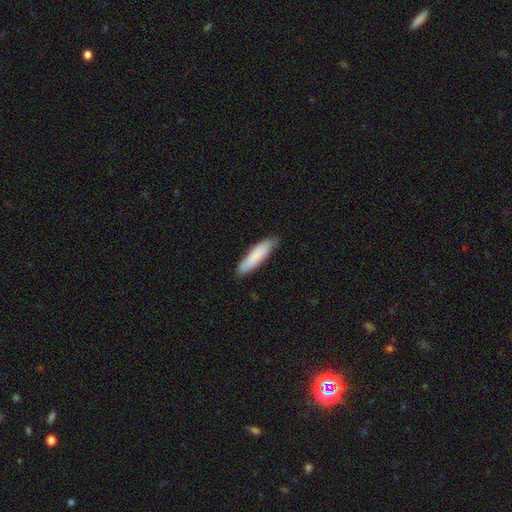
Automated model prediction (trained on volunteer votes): Morphology: type=smooth (83%); roundness=cigar-shaped (75%); merging=none (84%).